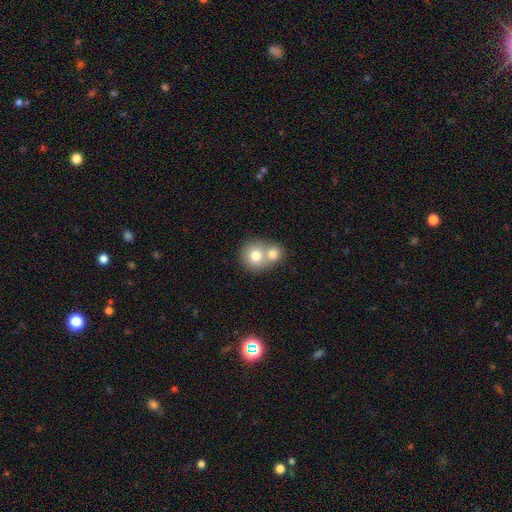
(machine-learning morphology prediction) smooth 75%, featured or disk 17%, star or artifact 9%. Down the decision tree: how rounded — round (83%); merging — merger (62%).